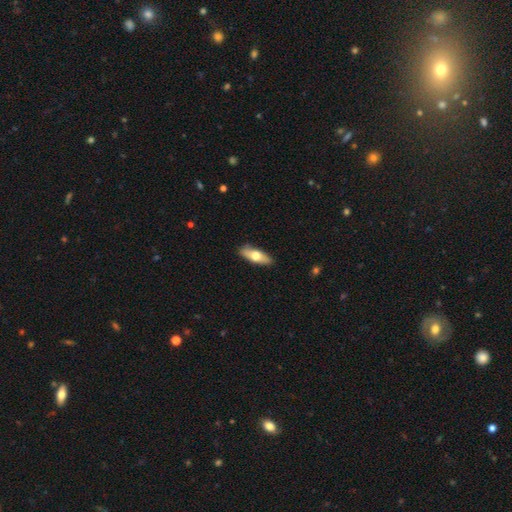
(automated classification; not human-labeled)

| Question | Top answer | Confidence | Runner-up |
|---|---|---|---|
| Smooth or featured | smooth | 63% | featured or disk (31%) |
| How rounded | in between | 64% | cigar-shaped (34%) |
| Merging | none | 87% | minor disturbance (10%) |